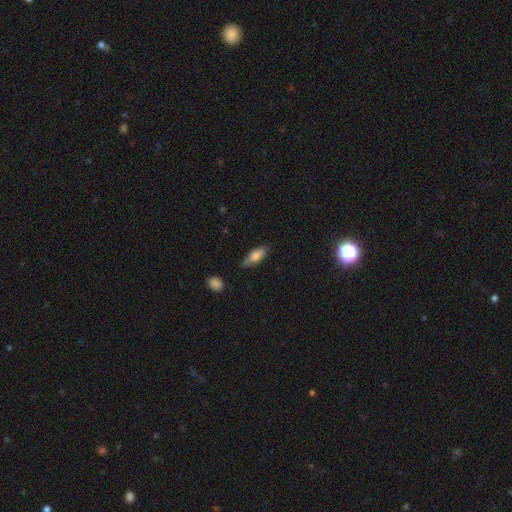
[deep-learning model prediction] The model was most divided on "how rounded": in between: 74%, cigar-shaped: 24%, round: 3%. More confident: merging — none (77%); smooth or featured — smooth (76%).